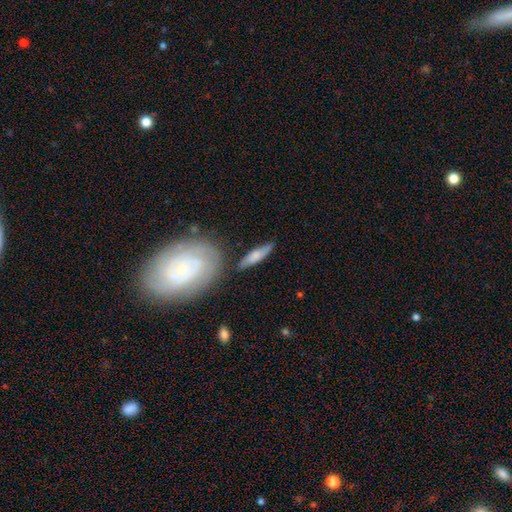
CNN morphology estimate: The model was most divided on "smooth or featured": smooth: 63%, featured or disk: 31%, star or artifact: 6%. More confident: merging — none (75%); how rounded — cigar-shaped (72%).